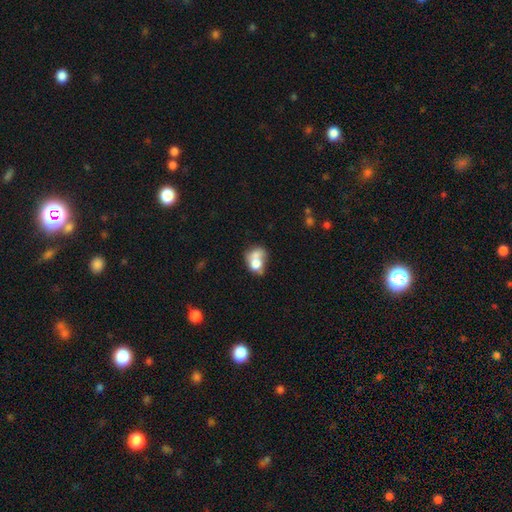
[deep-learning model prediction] Overall: smooth (65%). How rounded: in between (57%; round 42%). Merging: merger (55%; none 20%).